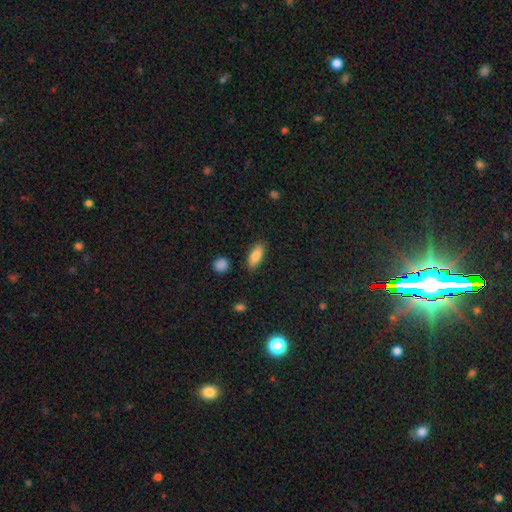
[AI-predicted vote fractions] smooth-or-featured: smooth: 84% | featured or disk: 9% | star or artifact: 7%
  how-rounded: in between: 79% | cigar-shaped: 18% | round: 3%
  merging: none: 85% | minor disturbance: 11% | major disturbance: 3% | merger: 2%